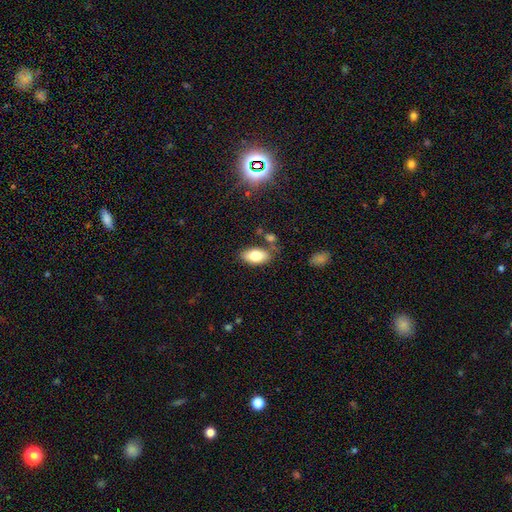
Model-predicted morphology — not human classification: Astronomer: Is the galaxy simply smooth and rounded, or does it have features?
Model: smooth — 81%.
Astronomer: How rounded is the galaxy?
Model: in between — 93%.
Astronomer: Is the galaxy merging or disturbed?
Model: none — 75%.